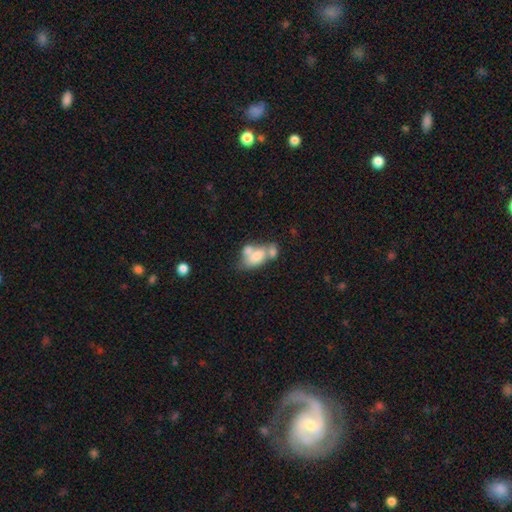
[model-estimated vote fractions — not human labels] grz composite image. It shows a smooth galaxy with no disk features (62%) that is in between round and cigar-shaped (86%). Merging: merger (61%).